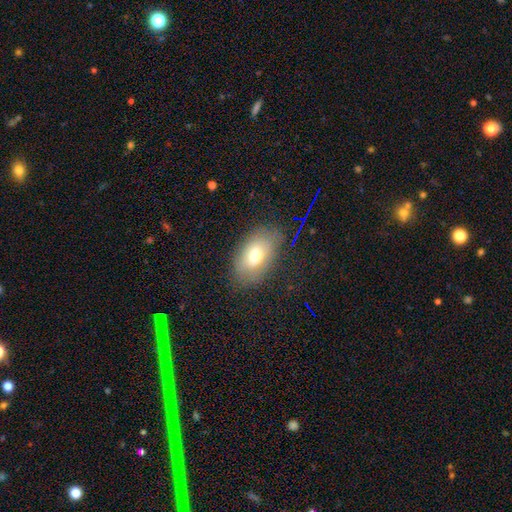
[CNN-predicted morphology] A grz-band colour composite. It shows a smooth galaxy with no disk features (69%) that is in between round and cigar-shaped (88%). Merging: none (78%).